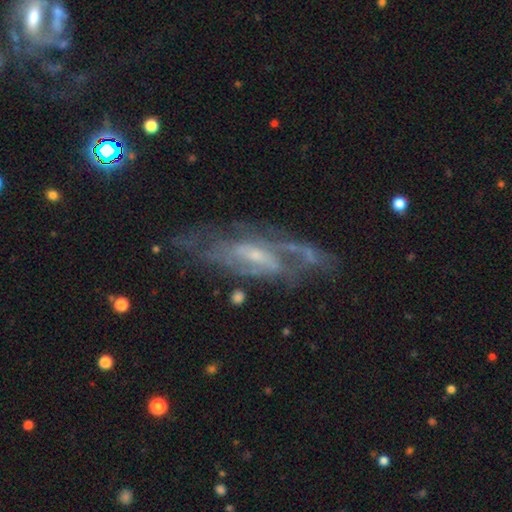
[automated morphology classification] A featured or disk galaxy (82%) with a weak bar (46%), can't tell (39%, tied with 2) medium (45%) spiral arms (85%) and a small central bulge (66%). Merging: none (62%).